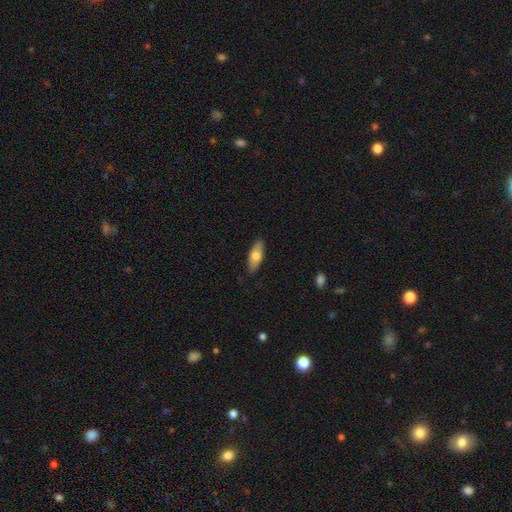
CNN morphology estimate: Smooth or featured? Predicted: smooth (p=0.70). How rounded? Predicted: in between (p=0.70). Merging? Predicted: none (p=0.86).